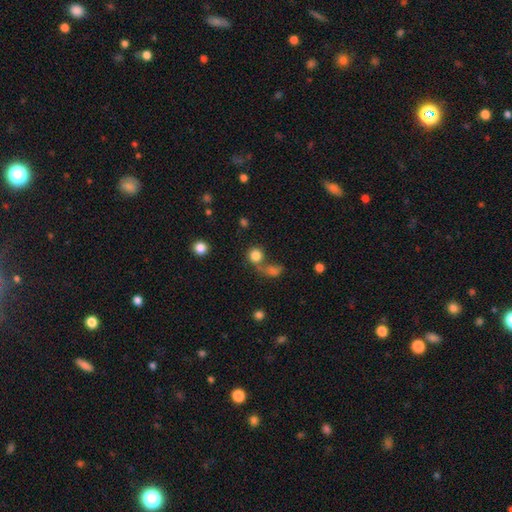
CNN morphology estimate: A smooth galaxy with no disk features (81%) that is round (88%).

Vote fractions:
- Smooth or featured? smooth: 81% / star or artifact: 11% / featured or disk: 7%
- How rounded? round: 88% / in between: 11% / cigar-shaped: 1%
- Merging? none: 49% / merger: 33% / minor disturbance: 9% / major disturbance: 8%